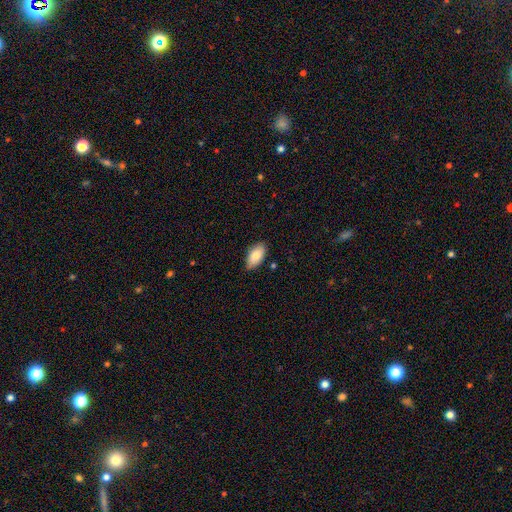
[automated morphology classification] smooth_or_featured: smooth (p=0.84) [alt: featured or disk p=0.10]
how_rounded: in between (p=0.94) [alt: cigar-shaped p=0.04]
merging: none (p=0.84) [alt: minor disturbance p=0.13]